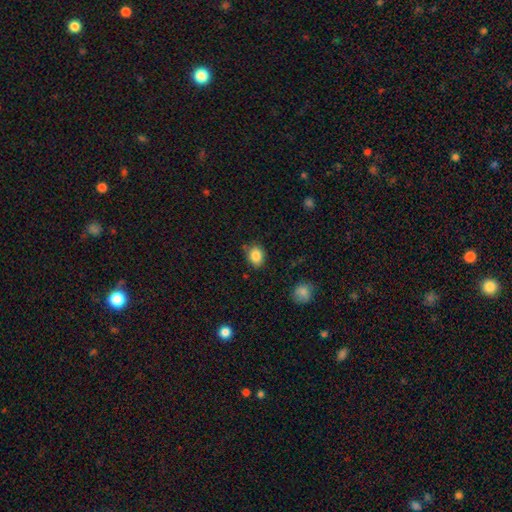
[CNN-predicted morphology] This is clearly a smooth galaxy (85%). How rounded: possibly in between (50%). Merging: likely none (78%).